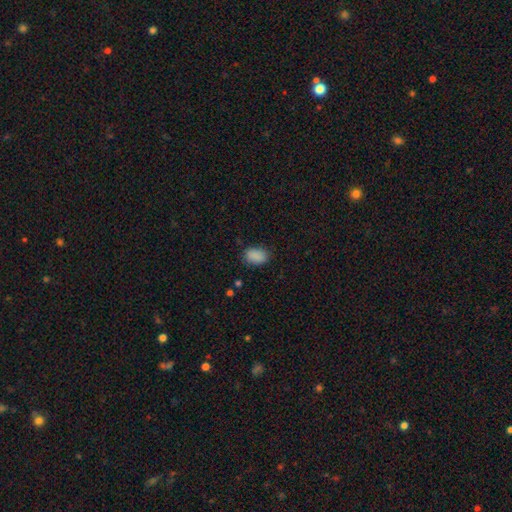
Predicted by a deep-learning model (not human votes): Overall: smooth (88%). How rounded: in between (88%). Merging: none (82%).